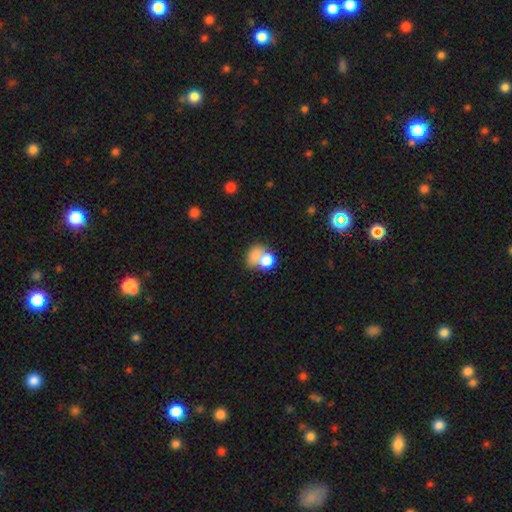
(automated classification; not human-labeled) smooth-or-featured: smooth: 73% | featured or disk: 16% | star or artifact: 11%
  how-rounded: in between: 51% | round: 47% | cigar-shaped: 1%
  merging: merger: 53% | none: 26% | major disturbance: 11% | minor disturbance: 11%